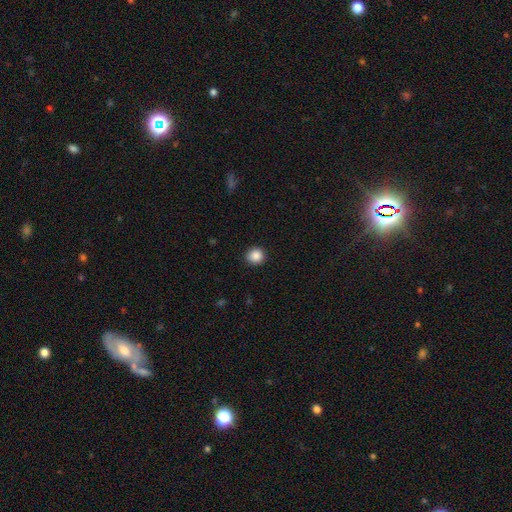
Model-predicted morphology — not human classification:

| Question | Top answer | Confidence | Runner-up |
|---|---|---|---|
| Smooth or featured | smooth | 87% | star or artifact (10%) |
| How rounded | round | 91% | in between (8%) |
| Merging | none | 91% | minor disturbance (6%) |